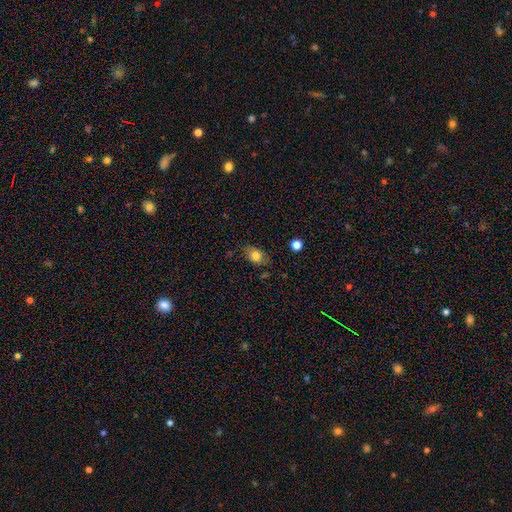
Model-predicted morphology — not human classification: Smooth or featured: smooth — 79% (featured or disk — 11%)
How rounded: in between — 76% (round — 22%)
Merging: none — 70% (minor disturbance — 23%)